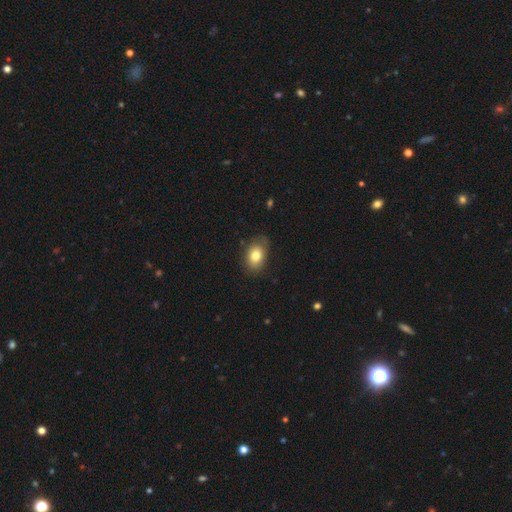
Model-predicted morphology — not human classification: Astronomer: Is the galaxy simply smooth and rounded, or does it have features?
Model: smooth — 78%.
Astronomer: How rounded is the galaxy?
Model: in between — 79%.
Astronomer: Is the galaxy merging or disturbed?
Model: none — 74%.